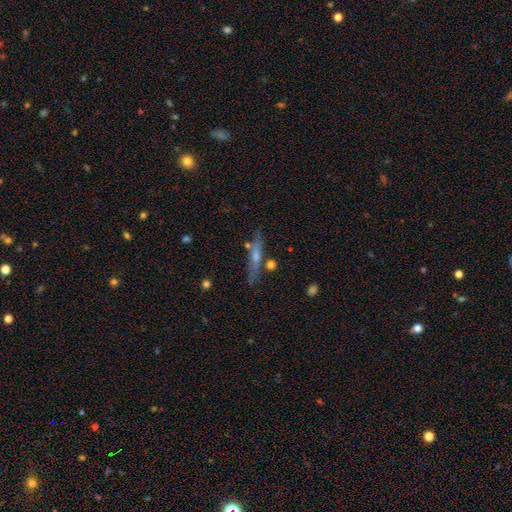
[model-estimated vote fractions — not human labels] Smooth or featured? featured or disk (58%)
Edge-on disk? yes (85%)
Merging? none (76%)